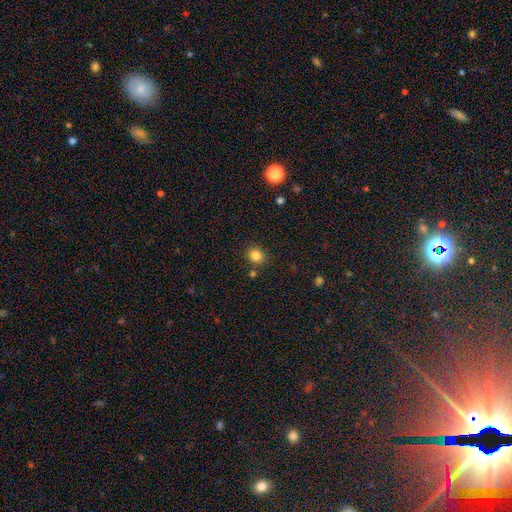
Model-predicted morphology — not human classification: Overall: smooth (83%). How rounded: round (79%). Merging: none (84%).